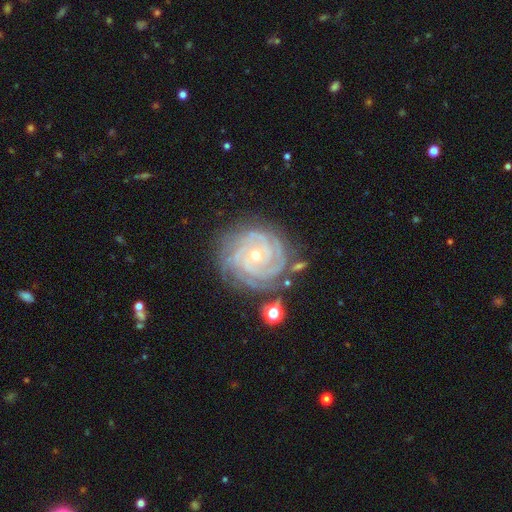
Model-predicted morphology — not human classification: Smooth or featured: featured or disk — 91% (star or artifact — 5%)
Edge-on disk: no — 98% (yes — 2%)
Bar: no — 74% (weak — 19%)
Spiral arms: yes — 98% (no — 2%)
Spiral winding: tight — 86% (medium — 12%)
Spiral arm count: 4 — 29% (3 — 26%)
Bulge size: small — 66% (moderate — 31%)
Merging: none — 76% (minor disturbance — 16%)